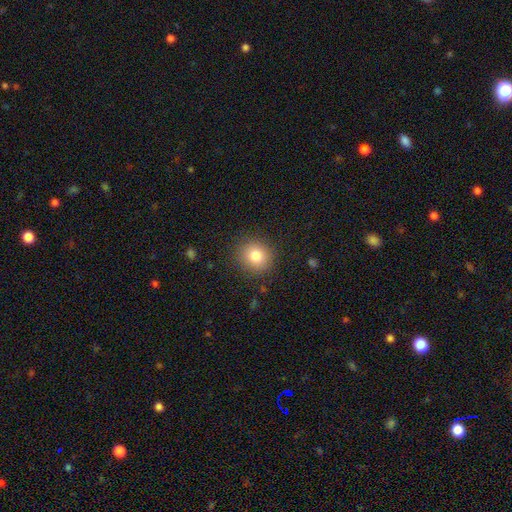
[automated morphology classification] smooth_or_featured: smooth (p=0.82) [alt: star or artifact p=0.10]
how_rounded: round (p=0.83) [alt: in between p=0.16]
merging: none (p=0.87) [alt: minor disturbance p=0.08]